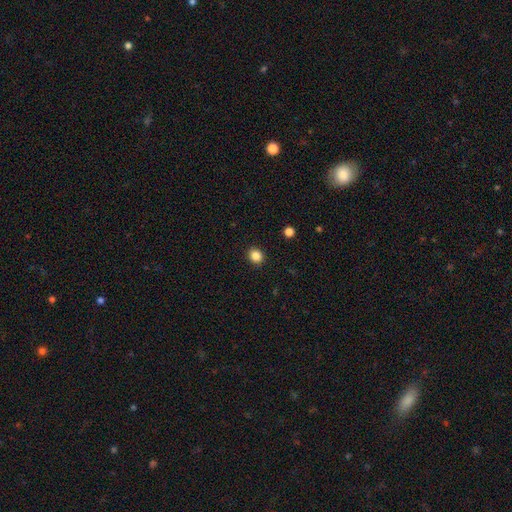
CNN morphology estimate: Q: Smooth or featured?
A: smooth (85%); runner-up: star or artifact (11%)
Q: How rounded?
A: round (78%); runner-up: in between (21%)
Q: Merging?
A: none (92%); runner-up: minor disturbance (5%)